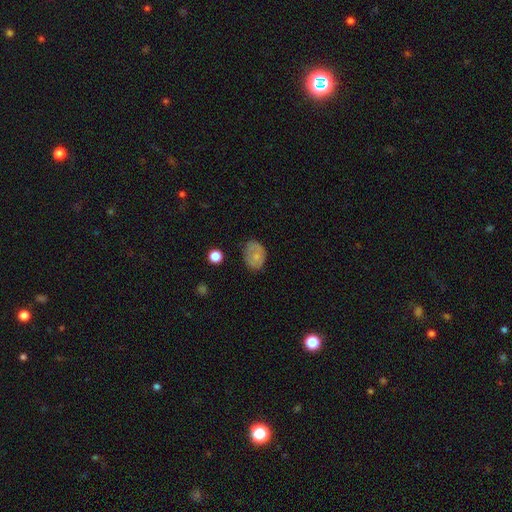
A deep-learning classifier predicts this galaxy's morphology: The model was most divided on "how rounded": in between: 64%, round: 35%, cigar-shaped: 1%. More confident: smooth or featured — smooth (66%); merging — none (64%).